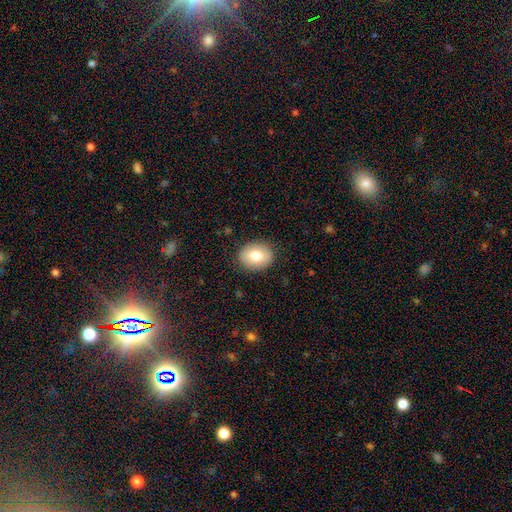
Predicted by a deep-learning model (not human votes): Q: Smooth or featured?
A: smooth (78%); runner-up: featured or disk (14%)
Q: How rounded?
A: round (50%); runner-up: in between (49%)
Q: Merging?
A: none (88%); runner-up: minor disturbance (9%)